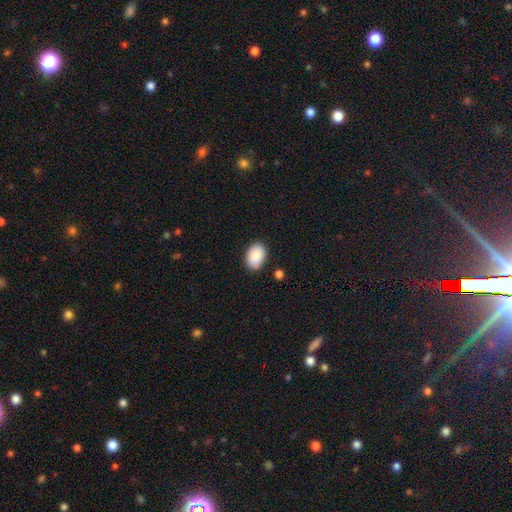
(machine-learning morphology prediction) smooth_or_featured: smooth (p=0.88) [alt: star or artifact p=0.07]
how_rounded: in between (p=0.88) [alt: round p=0.11]
merging: none (p=0.81) [alt: minor disturbance p=0.14]